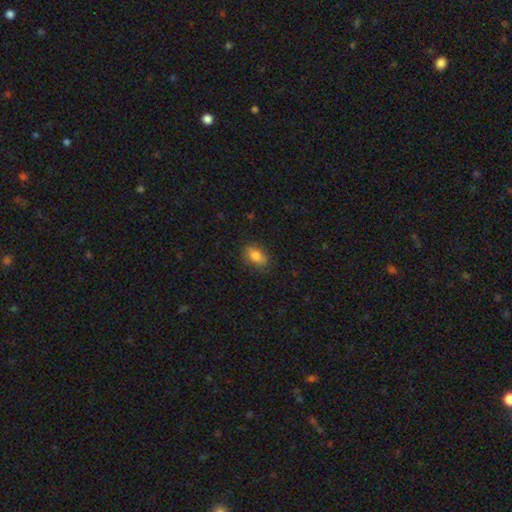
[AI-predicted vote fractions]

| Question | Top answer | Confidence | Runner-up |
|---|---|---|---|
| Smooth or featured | smooth | 82% | featured or disk (10%) |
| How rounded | in between | 87% | round (10%) |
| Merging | none | 80% | minor disturbance (16%) |